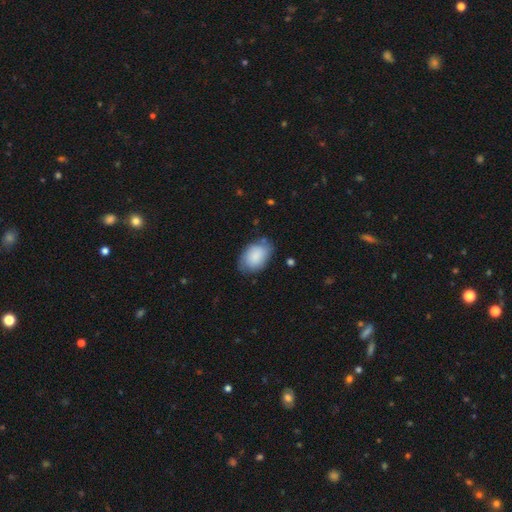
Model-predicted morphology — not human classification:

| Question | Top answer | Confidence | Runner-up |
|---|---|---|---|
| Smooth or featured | smooth | 85% | featured or disk (9%) |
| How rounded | in between | 86% | round (13%) |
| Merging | none | 69% | minor disturbance (23%) |